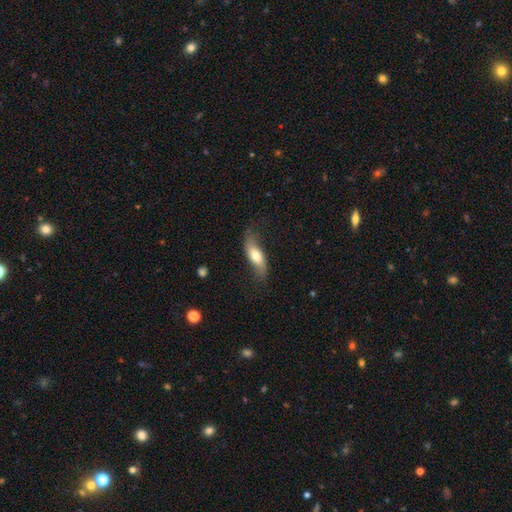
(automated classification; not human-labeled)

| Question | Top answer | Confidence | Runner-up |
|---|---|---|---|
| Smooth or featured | smooth | 53% | featured or disk (41%) |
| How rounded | in between | 63% | cigar-shaped (33%) |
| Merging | none | 62% | minor disturbance (25%) |